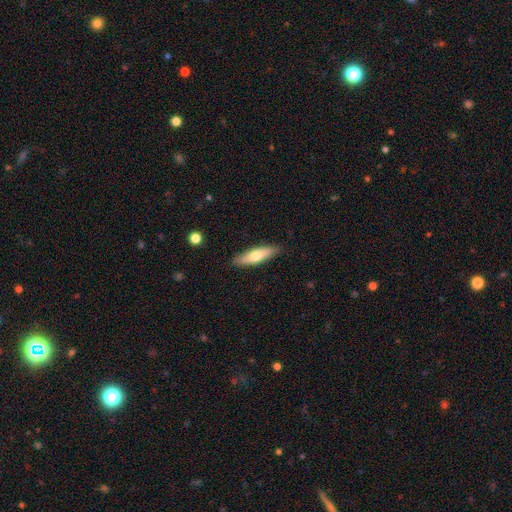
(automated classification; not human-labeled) Smooth or featured? smooth (62%)
How rounded? cigar-shaped (61%)
Merging? none (88%)